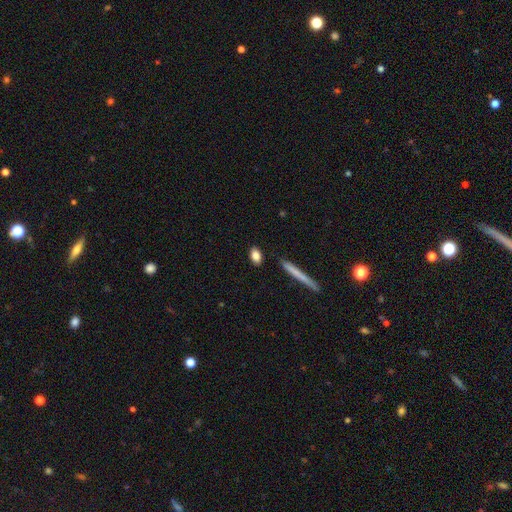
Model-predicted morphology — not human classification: This is clearly a smooth galaxy (83%). How rounded: clearly in between (81%). Merging: clearly none (86%).